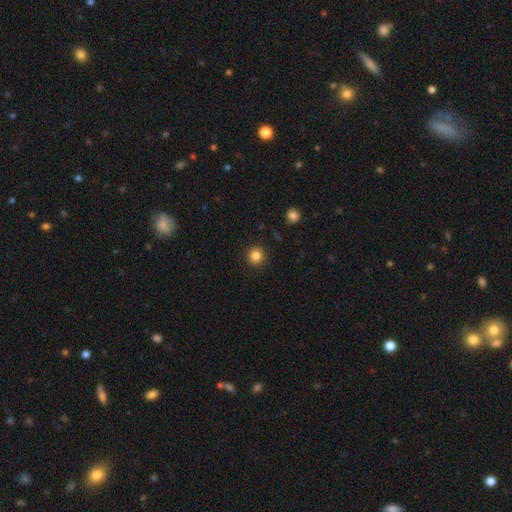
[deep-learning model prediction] Overall: smooth (84%). How rounded: round (93%). Merging: none (92%).